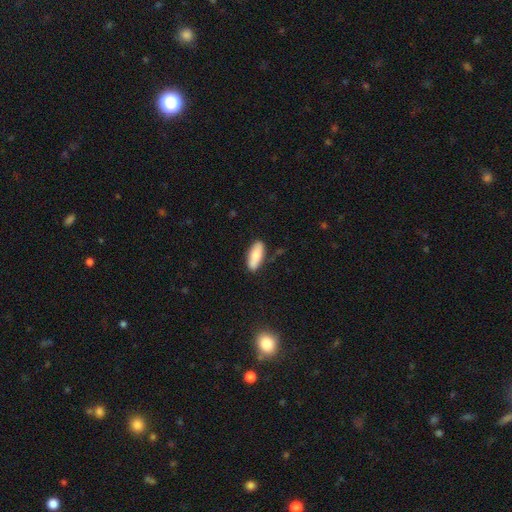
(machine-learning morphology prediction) Smooth or featured? smooth (80%)
How rounded? in between (73%)
Merging? none (83%)